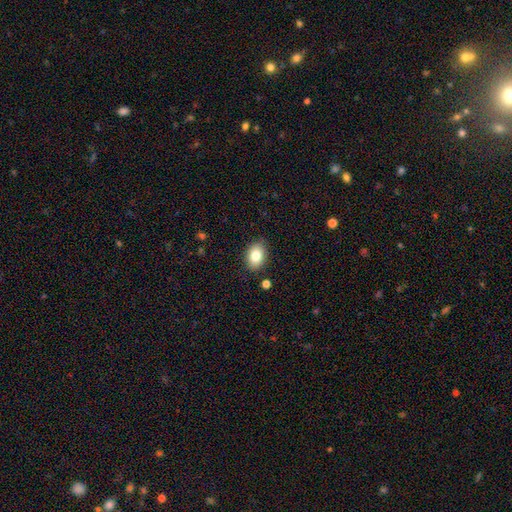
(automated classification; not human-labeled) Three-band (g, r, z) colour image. It shows a smooth galaxy with no disk features (83%) that is in between round and cigar-shaped (76%). Merging: none (86%).